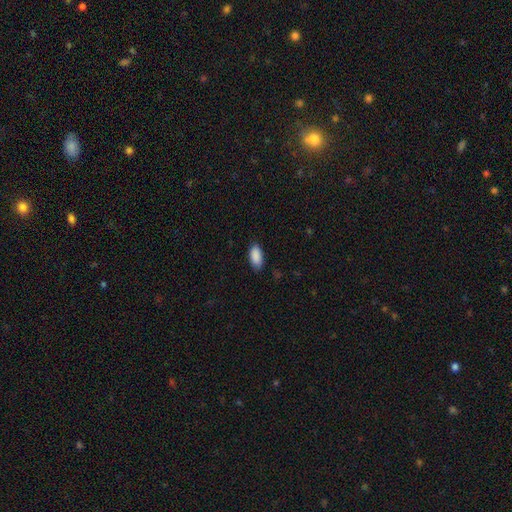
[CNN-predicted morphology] Smooth or featured? Predicted: smooth (p=0.90). How rounded? Predicted: in between (p=0.92). Merging? Predicted: none (p=0.83).